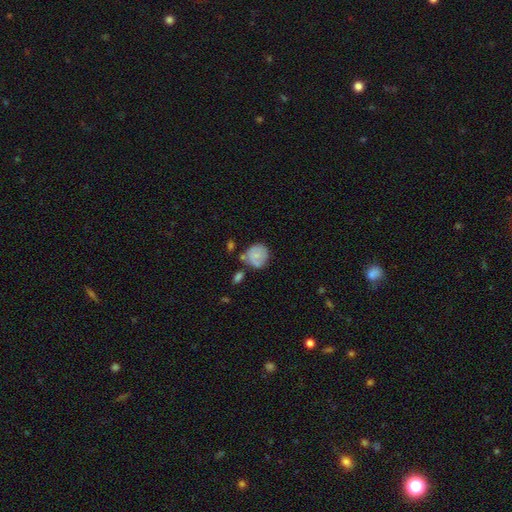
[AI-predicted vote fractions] This is likely a smooth galaxy (65%). How rounded: likely round (77%). Merging: possibly none (52%).